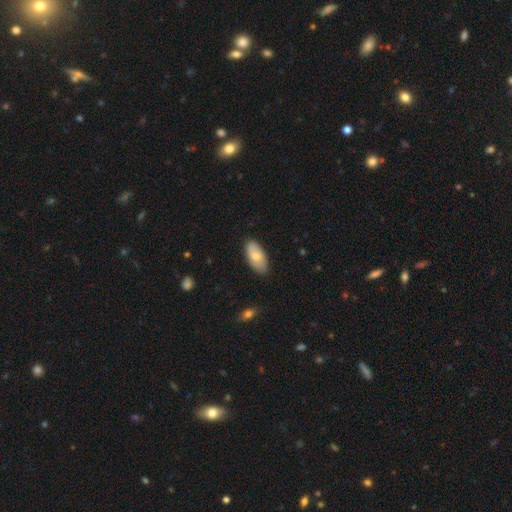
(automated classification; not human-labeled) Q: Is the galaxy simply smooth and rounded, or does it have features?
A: smooth — 73%.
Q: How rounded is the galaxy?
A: in between — 92%.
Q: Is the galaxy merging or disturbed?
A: none — 82%.